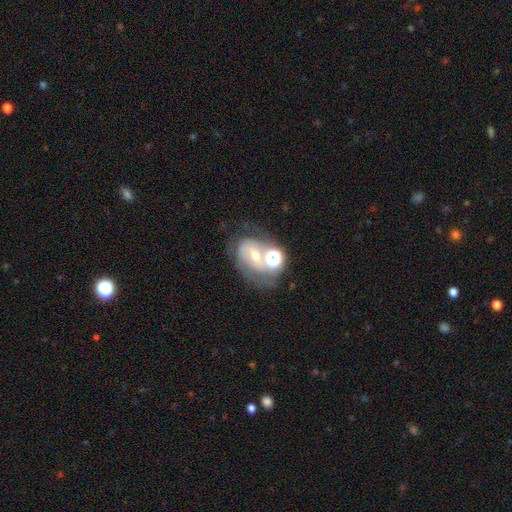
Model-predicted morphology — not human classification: Q: Smooth or featured?
A: featured or disk (55%); runner-up: smooth (24%)
Q: Edge-on disk?
A: no (96%); runner-up: yes (4%)
Q: Bar?
A: no (53%); runner-up: weak (31%)
Q: Spiral arms?
A: yes (62%); runner-up: no (38%)
Q: Bulge size?
A: moderate (49%); runner-up: small (37%)
Q: Merging?
A: none (38%); runner-up: merger (29%)